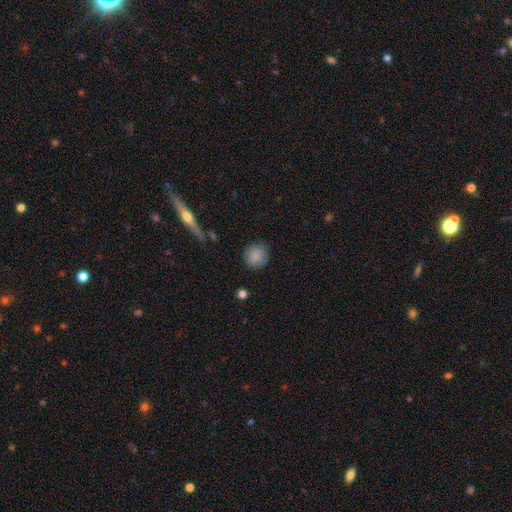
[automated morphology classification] Q: Smooth or featured?
A: smooth (87%); runner-up: star or artifact (9%)
Q: How rounded?
A: round (88%); runner-up: in between (11%)
Q: Merging?
A: none (86%); runner-up: minor disturbance (9%)